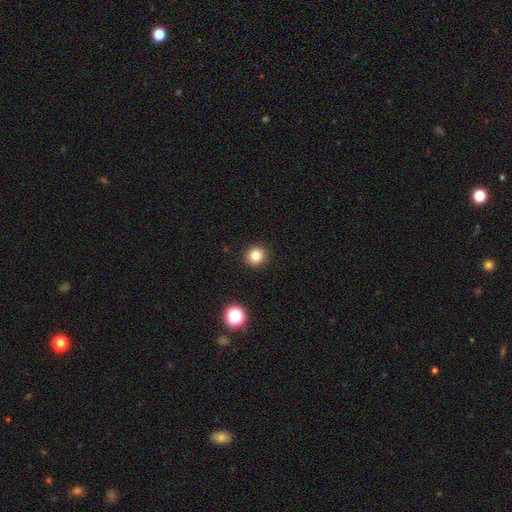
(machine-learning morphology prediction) The model was most divided on "smooth or featured": smooth: 83%, star or artifact: 12%, featured or disk: 5%. More confident: merging — none (92%); how rounded — round (90%).